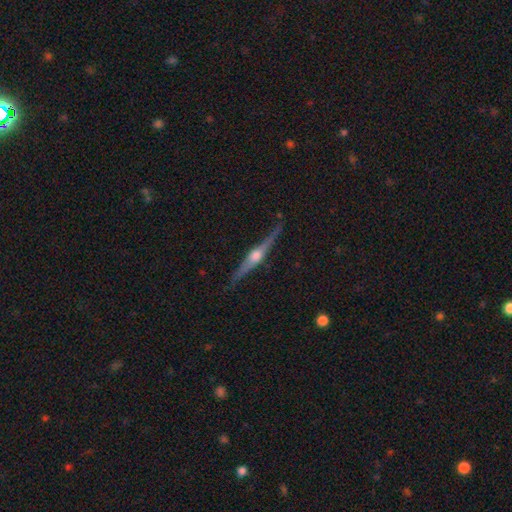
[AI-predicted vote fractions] smooth_or_featured: featured or disk (p=0.84) [alt: smooth p=0.11]
disk_edge_on: yes (p=0.98) [alt: no p=0.02]
edge_on_bulge: rounded (p=0.93) [alt: boxy p=0.04]
merging: none (p=0.88) [alt: minor disturbance p=0.09]